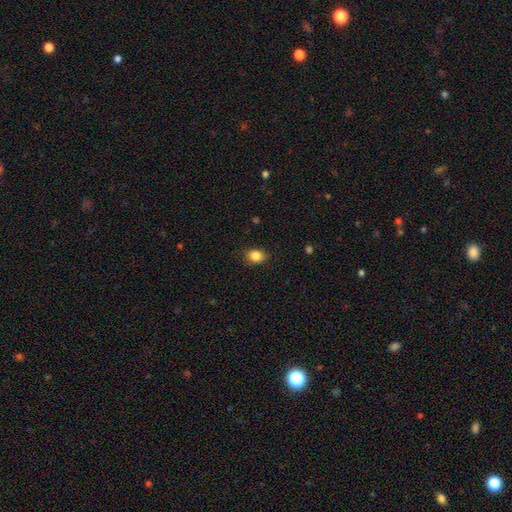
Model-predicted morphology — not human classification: smooth-or-featured: smooth: 85% | star or artifact: 10% | featured or disk: 5%
  how-rounded: in between: 56% | round: 43% | cigar-shaped: 1%
  merging: none: 84% | minor disturbance: 12% | major disturbance: 3% | merger: 1%